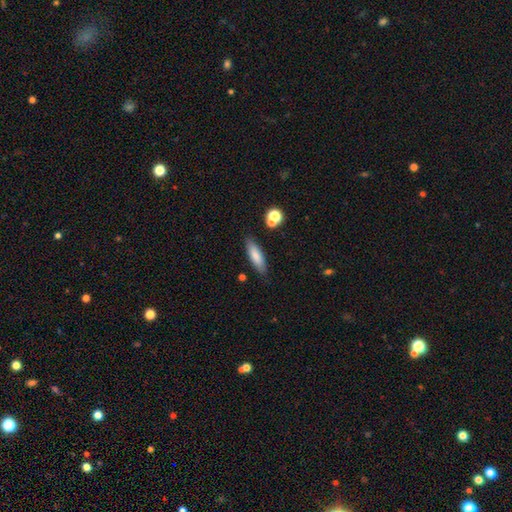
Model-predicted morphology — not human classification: Smooth or featured?
  - smooth: 79% *
  - featured or disk: 14%
  - star or artifact: 7%
How rounded?
  - cigar-shaped: 54% *
  - in between: 44%
  - round: 2%
Merging?
  - none: 83% *
  - minor disturbance: 11%
  - merger: 4%
  - major disturbance: 2%